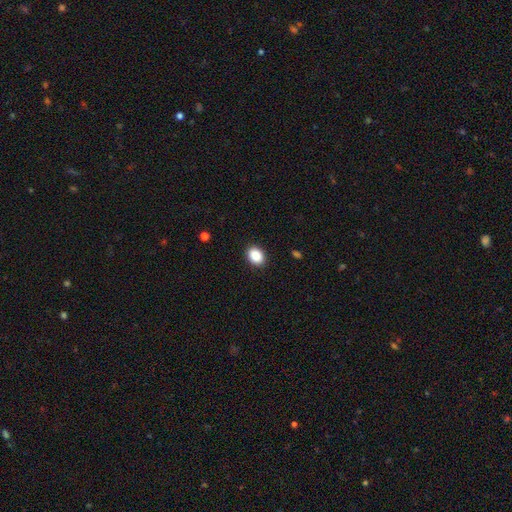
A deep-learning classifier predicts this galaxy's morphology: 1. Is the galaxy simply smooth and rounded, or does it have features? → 89% smooth, 8% star or artifact, 3% featured or disk.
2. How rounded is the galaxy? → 67% in between, 32% round, 1% cigar-shaped.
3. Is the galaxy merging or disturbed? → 90% none, 7% minor disturbance, 2% major disturbance, 1% merger.